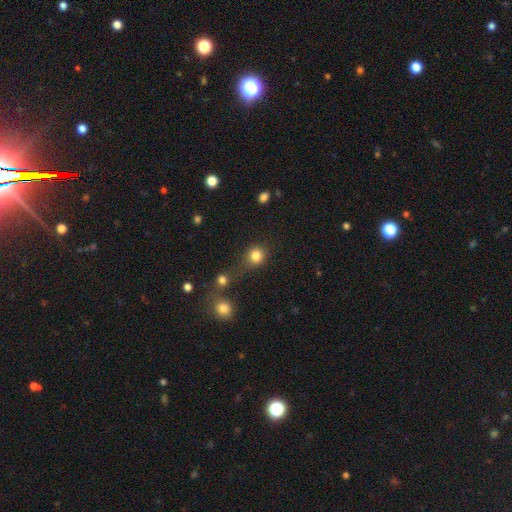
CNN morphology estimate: This appears to be a smooth galaxy with no disk features (82%) that is round (84%). Merging: none (61%).